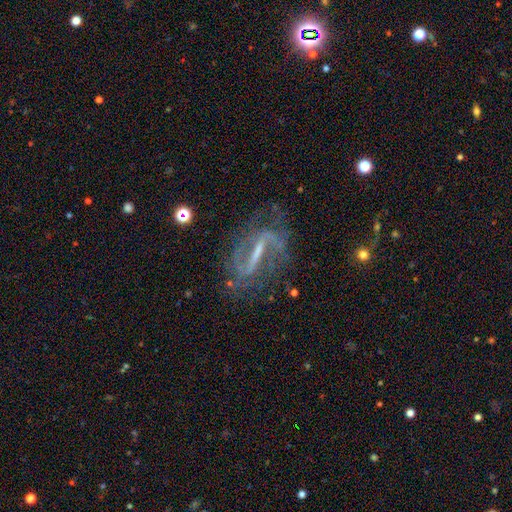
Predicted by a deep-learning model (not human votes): Smooth or featured: featured or disk — 83% (star or artifact — 10%)
Edge-on disk: no — 89% (yes — 11%)
Bar: strong — 63% (weak — 28%)
Spiral arms: yes — 91% (no — 9%)
Spiral winding: medium — 41% (loose — 38%)
Spiral arm count: 2 — 82% (can't tell — 9%)
Bulge size: small — 49% (none — 29%)
Merging: none — 70% (minor disturbance — 16%)